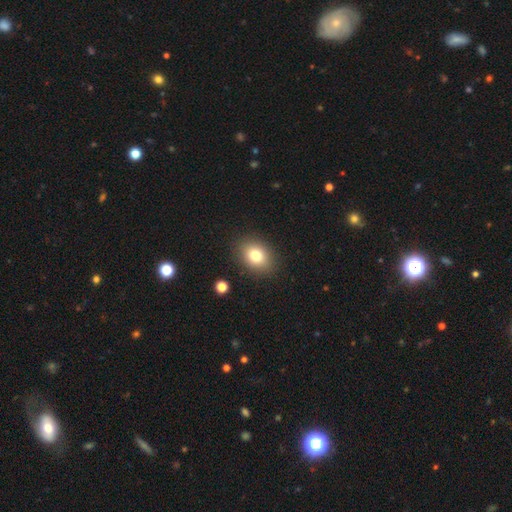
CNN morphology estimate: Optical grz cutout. It shows a smooth galaxy with no disk features (79%) that is in between round and cigar-shaped (63%). Merging: none (87%).